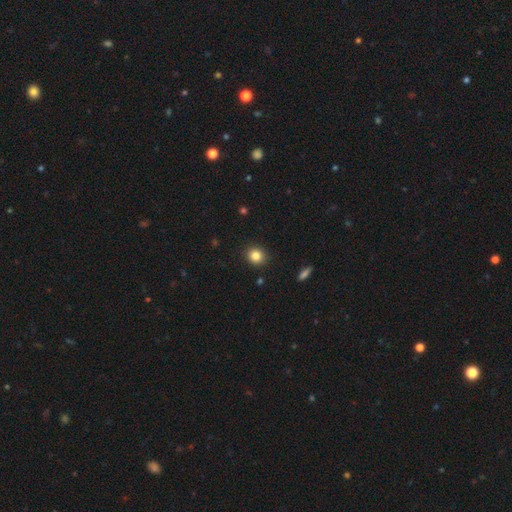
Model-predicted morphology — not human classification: Overall: smooth (84%). How rounded: round (79%). Merging: none (90%).